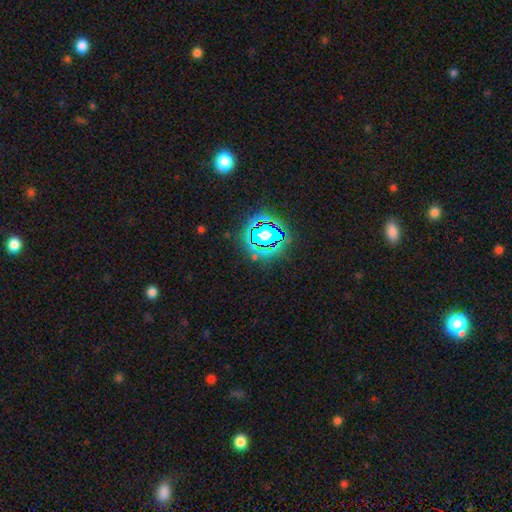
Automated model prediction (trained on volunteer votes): Smooth or featured? Predicted: star or artifact (p=0.73).